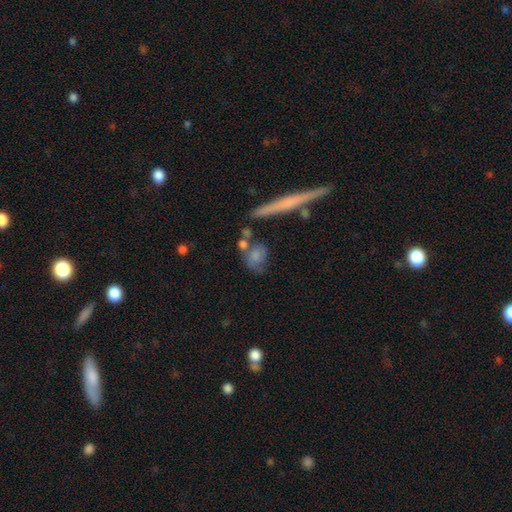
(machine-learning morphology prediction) The model was most divided on "how rounded": in between: 49%, round: 42%, cigar-shaped: 9%. Remaining: smooth or featured — smooth (69%); merging — none (48%).